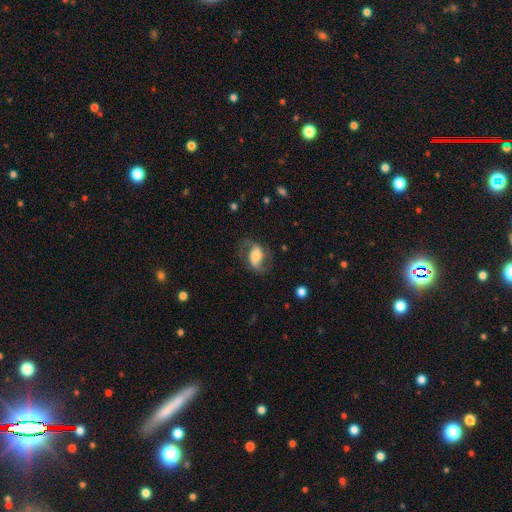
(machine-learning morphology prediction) smooth_or_featured: featured or disk (p=0.68) [alt: smooth p=0.25]
disk_edge_on: no (p=0.95) [alt: yes p=0.05]
bar: weak (p=0.37) [alt: no p=0.34]
has_spiral_arms: yes (p=0.89) [alt: no p=0.11]
spiral_winding: medium (p=0.45) [alt: loose p=0.42]
spiral_arm_count: 2 (p=0.90) [alt: can't tell p=0.04]
bulge_size: moderate (p=0.44) [alt: large p=0.32]
merging: none (p=0.70) [alt: minor disturbance p=0.16]